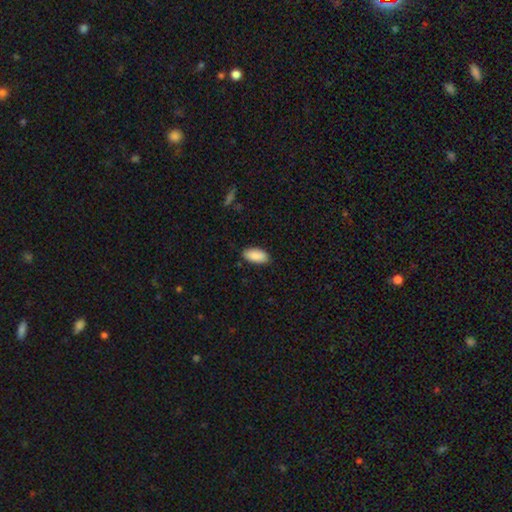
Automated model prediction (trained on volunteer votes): A smooth galaxy with no disk features (90%) that is in between round and cigar-shaped (92%).

Vote fractions:
- Smooth or featured? smooth: 90% / star or artifact: 6% / featured or disk: 4%
- How rounded? in between: 92% / cigar-shaped: 6% / round: 2%
- Merging? none: 86% / minor disturbance: 11% / major disturbance: 2% / merger: 1%